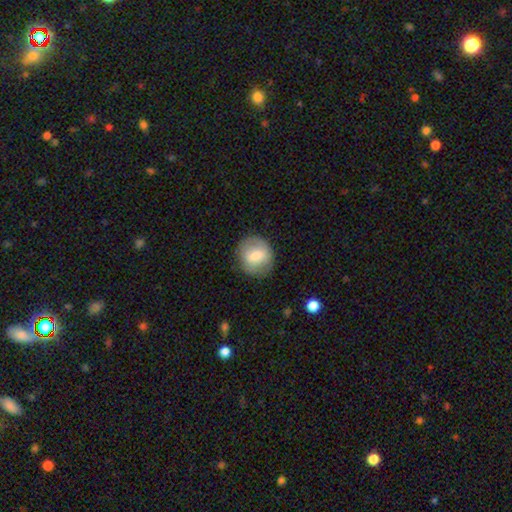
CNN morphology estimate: Smooth or featured? smooth (67%)
How rounded? round (84%)
Merging? none (81%)